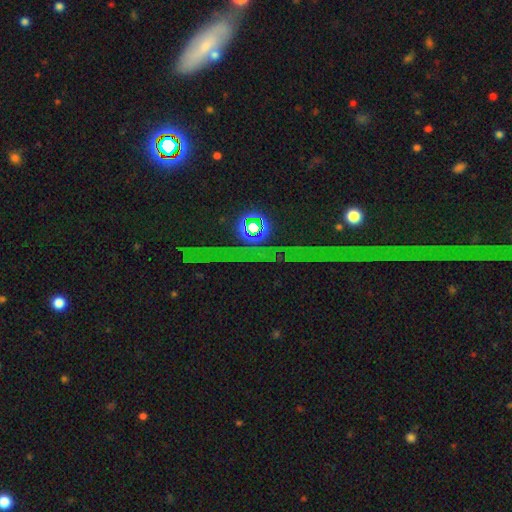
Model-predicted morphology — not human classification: Smooth or featured: star or artifact — 76% (featured or disk — 14%)